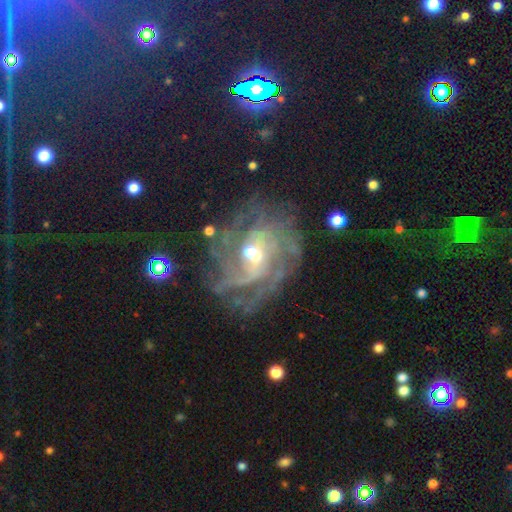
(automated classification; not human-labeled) This is clearly a featured or disk galaxy (85%). It is clearly not viewed edge-on (97%). Bar: possibly no (50%). Spiral arm pattern: clearly yes (93%). Spiral arm count: marginally can't tell (34%). Spiral winding: possibly tight (51%). Central bulge: possibly small (55%). Merging: possibly none (59%).